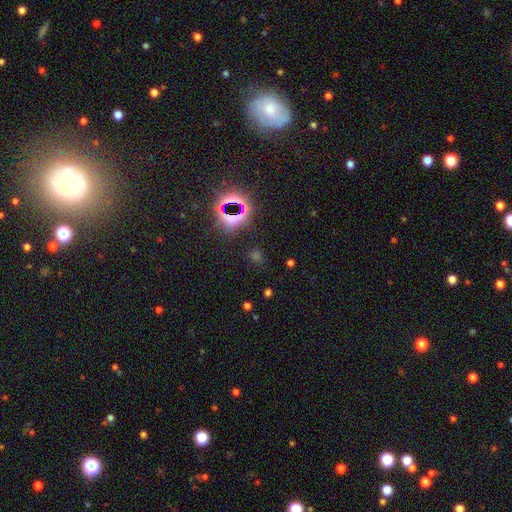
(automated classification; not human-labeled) Smooth or featured? star or artifact (63%)